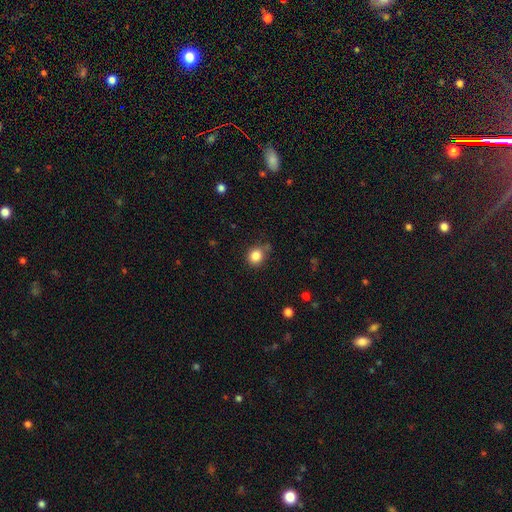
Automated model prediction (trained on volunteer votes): Morphology: type=smooth (84%); roundness=round (77%); merging=none (72%).